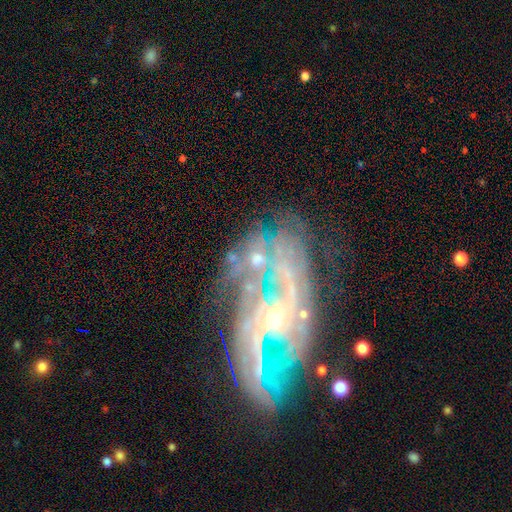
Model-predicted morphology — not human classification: A featured or disk galaxy (85%) with no bar (65%), 2 (36%) medium (41%) spiral arms (91%) and a small central bulge (71%). Merging: none (49%).